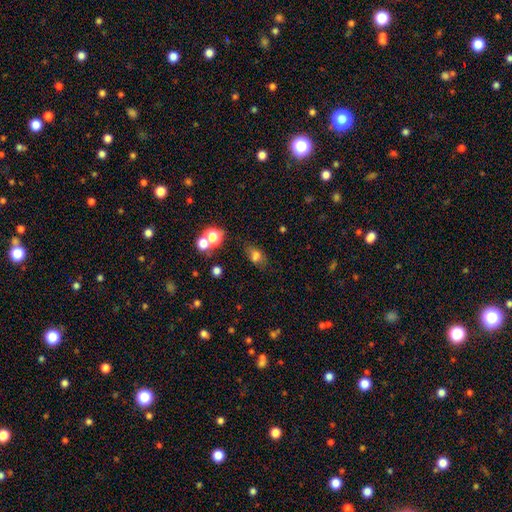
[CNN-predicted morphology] smooth-or-featured: smooth: 67% | star or artifact: 19% | featured or disk: 14%
  how-rounded: in between: 73% | round: 23% | cigar-shaped: 4%
  merging: none: 56% | minor disturbance: 19% | merger: 15% | major disturbance: 10%